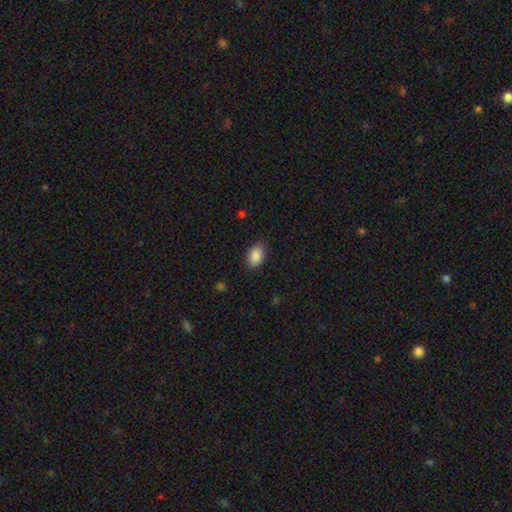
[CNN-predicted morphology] smooth 89%, star or artifact 7%, featured or disk 4%. Down the decision tree: how rounded — in between (86%); merging — none (83%).